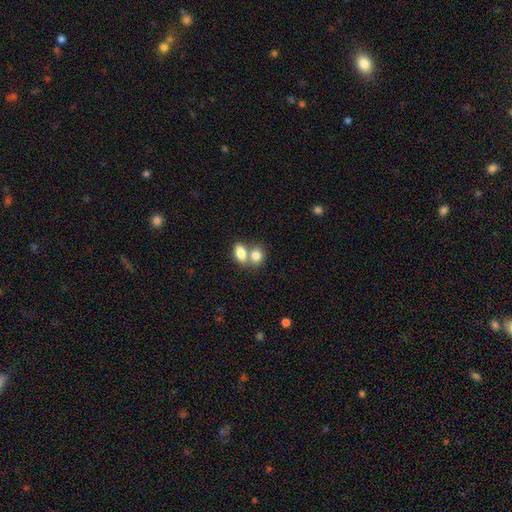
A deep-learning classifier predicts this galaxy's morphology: The model was most divided on "merging": merger: 60%, none: 30%, minor disturbance: 7%, major disturbance: 3%. More confident: smooth or featured — smooth (81%); how rounded — in between (65%).